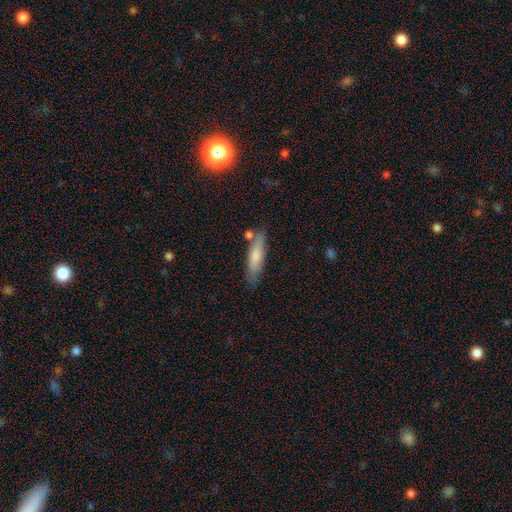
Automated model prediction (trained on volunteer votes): A smooth galaxy with no disk features (73%) that is cigar-shaped (70%).

Vote fractions:
- Smooth or featured? smooth: 73% / featured or disk: 21% / star or artifact: 6%
- How rounded? cigar-shaped: 70% / in between: 28% / round: 2%
- Merging? none: 68% / minor disturbance: 19% / merger: 9% / major disturbance: 4%